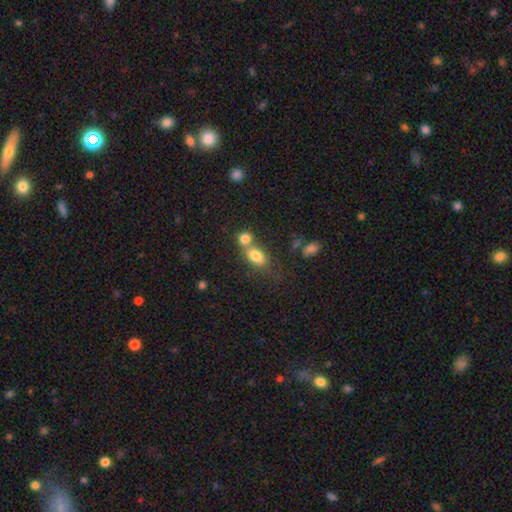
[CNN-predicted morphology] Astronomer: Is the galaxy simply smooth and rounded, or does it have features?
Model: smooth — 79%.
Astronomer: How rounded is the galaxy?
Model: in between — 79%.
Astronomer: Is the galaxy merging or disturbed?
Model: merger — 52% (runner-up: none, 34%).